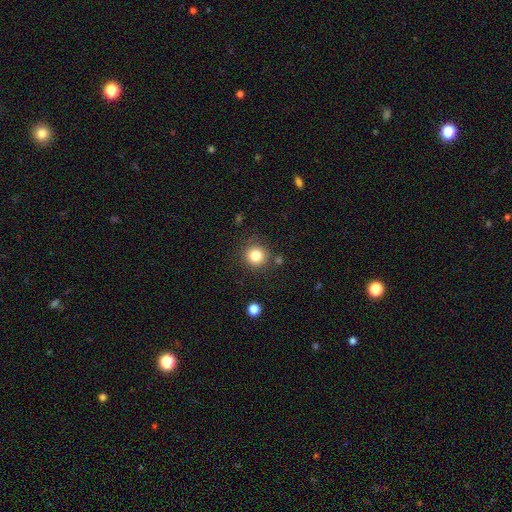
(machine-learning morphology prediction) smooth_or_featured: smooth (p=0.82) [alt: star or artifact p=0.12]
how_rounded: round (p=0.93) [alt: in between p=0.06]
merging: none (p=0.84) [alt: minor disturbance p=0.09]